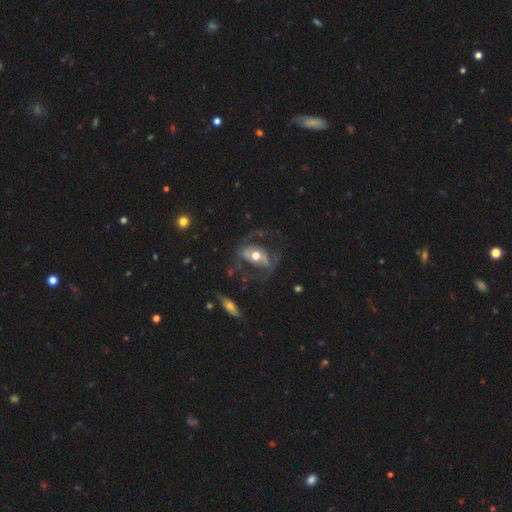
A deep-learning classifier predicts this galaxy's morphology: smooth-or-featured: featured or disk: 76% | smooth: 18% | star or artifact: 5%
  disk-edge-on: no: 94% | yes: 6%
    bar: no: 43% | weak: 30% | strong: 28%
    has-spiral-arms: yes: 77% | no: 23%
      spiral-winding: medium: 43% | loose: 41% | tight: 16%
      spiral-arm-count: 2: 83% | can't tell: 7% | 1: 5% | 3: 3% | 4: 1% | more than 4: 1%
    bulge-size: moderate: 70% | large: 19% | small: 9% | dominant: 2% | none: 1%
  merging: none: 53% | major disturbance: 27% | minor disturbance: 17% | merger: 3%